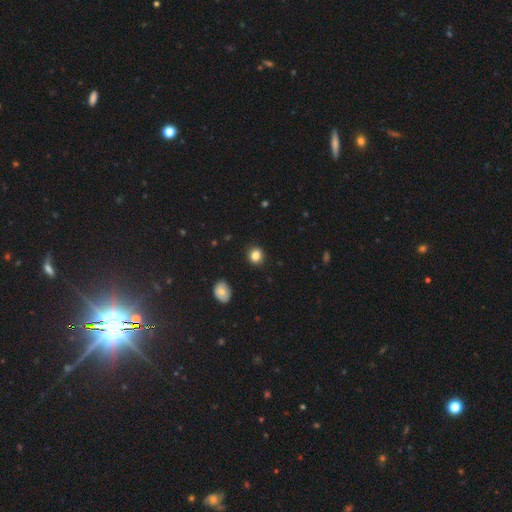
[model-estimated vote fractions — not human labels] smooth_or_featured: smooth (p=0.84) [alt: star or artifact p=0.11]
how_rounded: round (p=0.80) [alt: in between p=0.19]
merging: none (p=0.91) [alt: minor disturbance p=0.06]